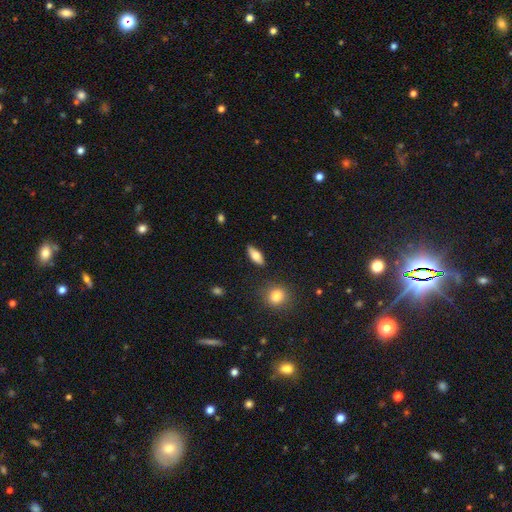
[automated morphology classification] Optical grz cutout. It shows a smooth galaxy with no disk features (74%) that is in between round and cigar-shaped (78%). Merging: none (83%).